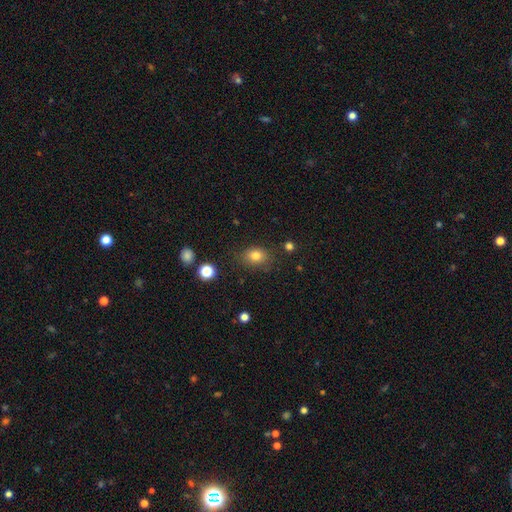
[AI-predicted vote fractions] Smooth or featured? smooth (79%)
How rounded? in between (57%)
Merging? none (79%)